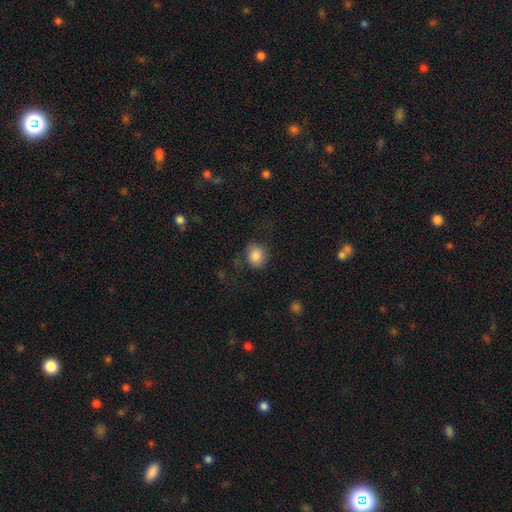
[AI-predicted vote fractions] This appears to be a smooth galaxy with no disk features (85%) that is round (72%). Merging: none (73%).